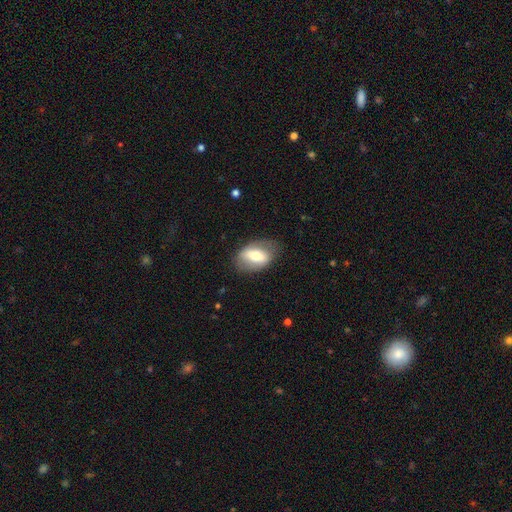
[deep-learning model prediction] Overall: smooth (53%; featured or disk 40%). How rounded: in between (87%). Merging: none (75%).